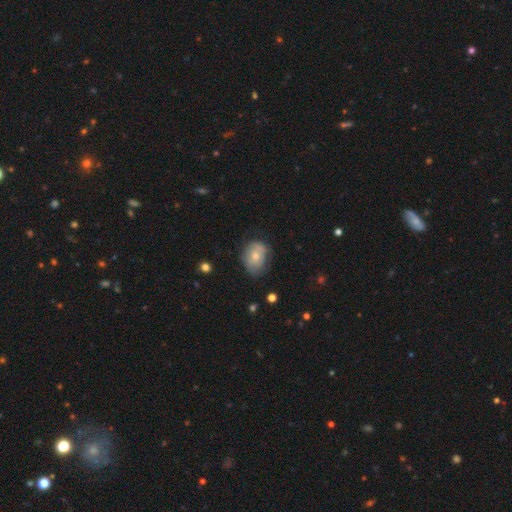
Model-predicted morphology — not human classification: smooth 63%, featured or disk 30%, star or artifact 7%. Down the decision tree: how rounded — in between (61%); merging — none (59%).